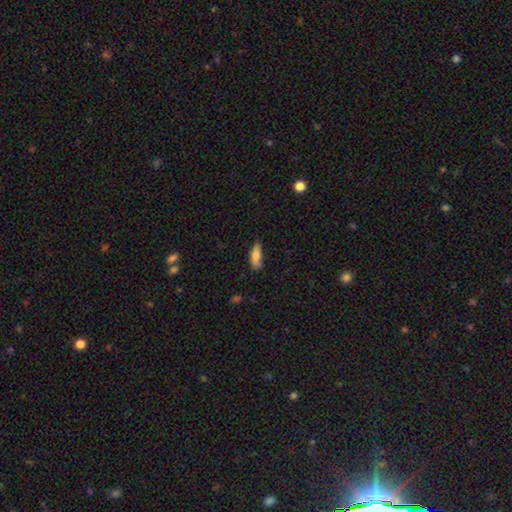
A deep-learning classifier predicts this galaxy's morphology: The model was most divided on "how rounded": in between: 62%, cigar-shaped: 36%, round: 2%. More confident: smooth or featured — smooth (79%); merging — none (64%).